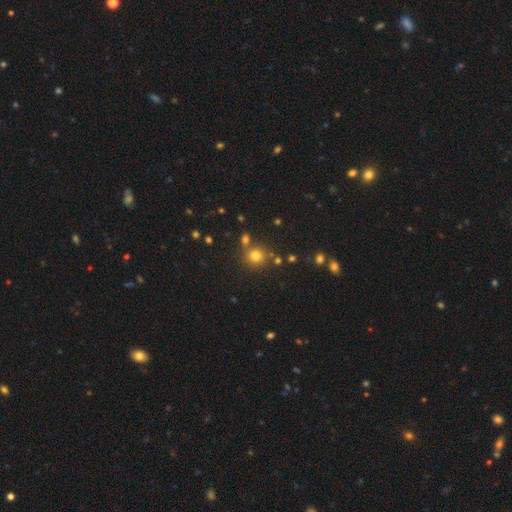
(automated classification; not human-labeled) A smooth galaxy with no disk features (76%) that is round (87%).

Vote fractions:
- Smooth or featured? smooth: 76% / star or artifact: 16% / featured or disk: 8%
- How rounded? round: 87% / in between: 12% / cigar-shaped: 1%
- Merging? none: 73% / merger: 14% / minor disturbance: 9% / major disturbance: 3%